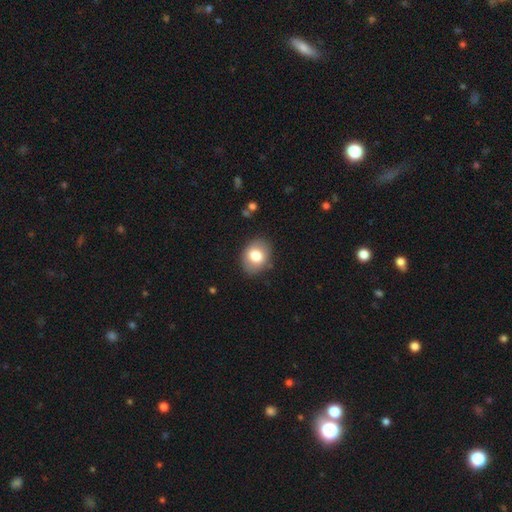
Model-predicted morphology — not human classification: Smooth or featured? smooth (78%)
How rounded? in between (61%)
Merging? none (84%)